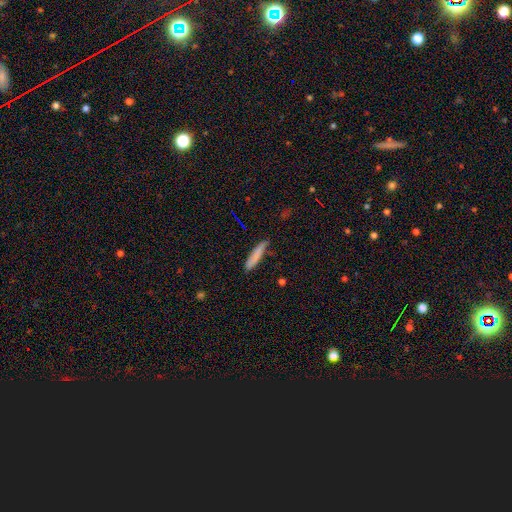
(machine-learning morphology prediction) Overall: smooth (80%). How rounded: cigar-shaped (88%). Merging: none (74%).